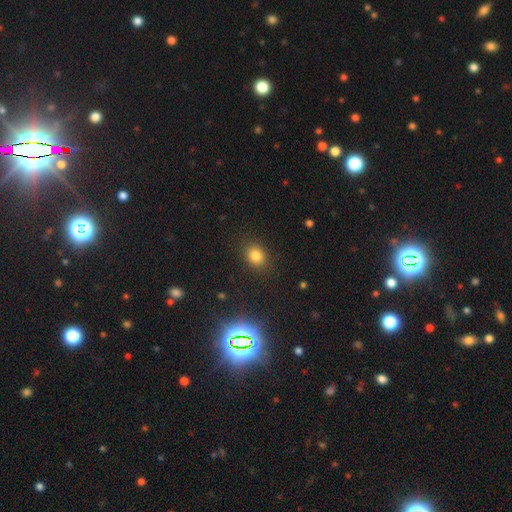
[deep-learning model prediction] A smooth galaxy with no disk features (80%) that is round (61%). Merging: none (86%).